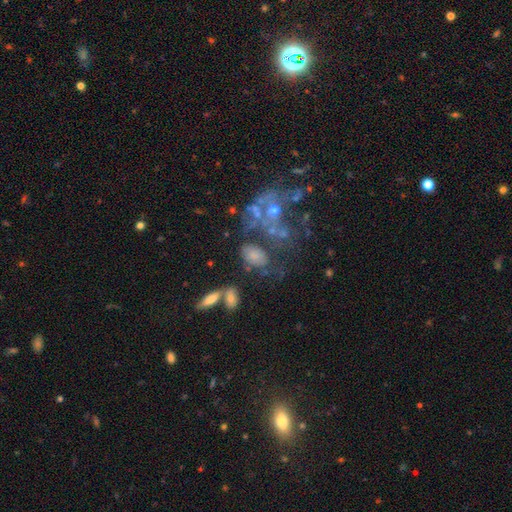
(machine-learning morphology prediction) type=smooth (58%); roundness=in between (84%); merging=none (40%).